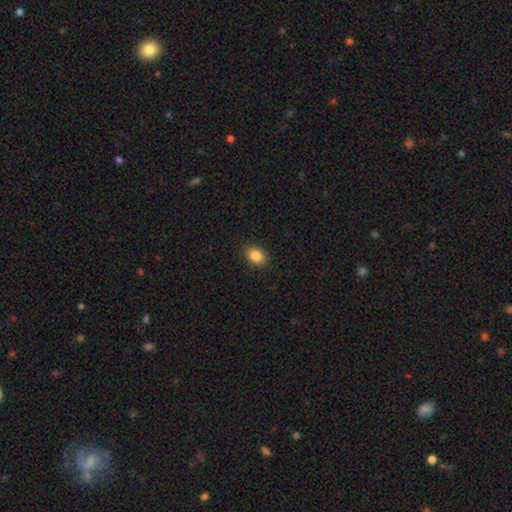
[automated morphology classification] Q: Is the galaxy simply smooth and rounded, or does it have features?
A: smooth — 86%.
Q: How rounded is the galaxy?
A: in between — 65%.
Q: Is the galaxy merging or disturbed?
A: none — 88%.